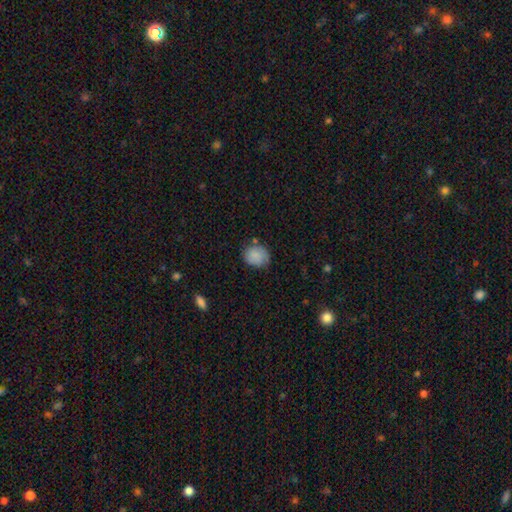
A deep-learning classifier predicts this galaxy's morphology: smooth 82%, featured or disk 10%, star or artifact 8%. Down the decision tree: how rounded — round (68%); merging — none (71%).